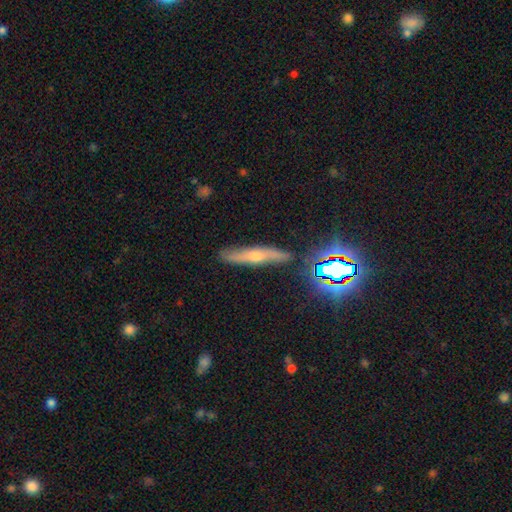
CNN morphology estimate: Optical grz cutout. It shows a featured or disk galaxy (49%). Merging: none (84%).